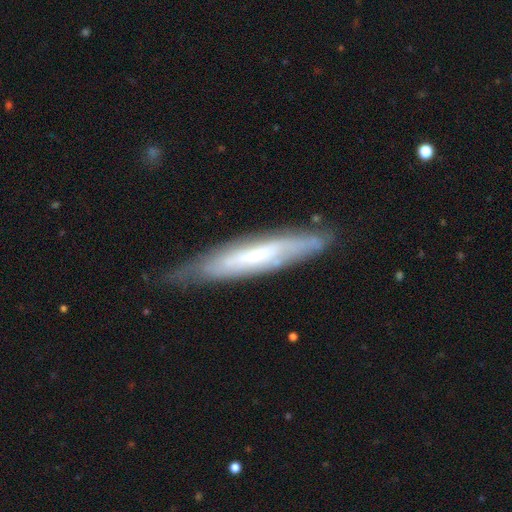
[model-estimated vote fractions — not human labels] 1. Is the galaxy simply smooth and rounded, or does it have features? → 58% featured or disk, 35% smooth, 7% star or artifact.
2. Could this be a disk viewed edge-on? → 60% yes, 40% no.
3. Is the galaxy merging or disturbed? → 70% none, 23% minor disturbance, 6% major disturbance, 2% merger.